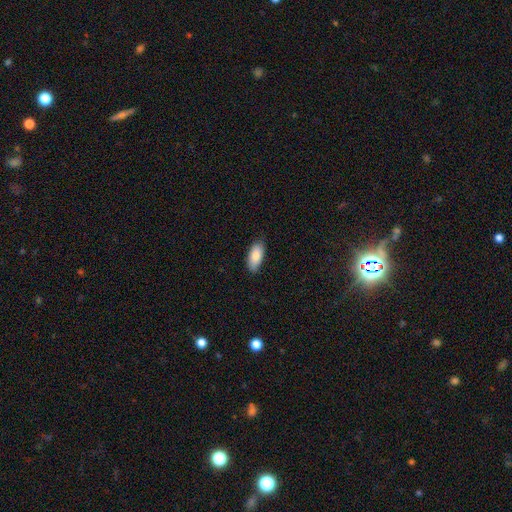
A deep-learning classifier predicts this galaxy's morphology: A smooth galaxy with no disk features (85%) that is in between round and cigar-shaped (89%).

Vote fractions:
- Smooth or featured? smooth: 85% / featured or disk: 9% / star or artifact: 6%
- How rounded? in between: 89% / cigar-shaped: 9% / round: 2%
- Merging? none: 79% / minor disturbance: 17% / major disturbance: 2% / merger: 1%